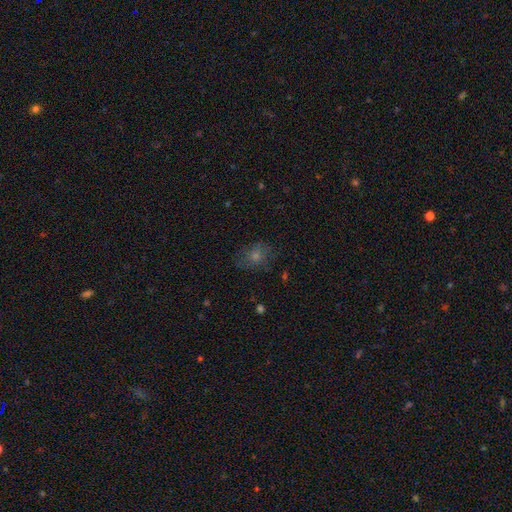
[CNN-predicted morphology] Smooth or featured: smooth — 47% (star or artifact — 28%)
Merging: none — 75% (minor disturbance — 16%)